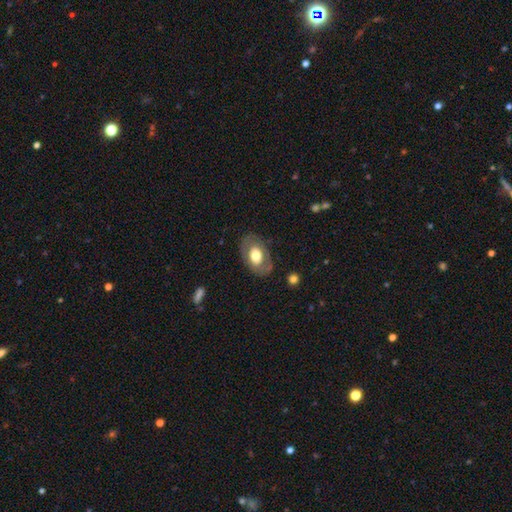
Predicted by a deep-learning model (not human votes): smooth_or_featured: smooth (p=0.52) [alt: featured or disk p=0.42]
how_rounded: in between (p=0.84) [alt: round p=0.15]
merging: none (p=0.78) [alt: minor disturbance p=0.14]